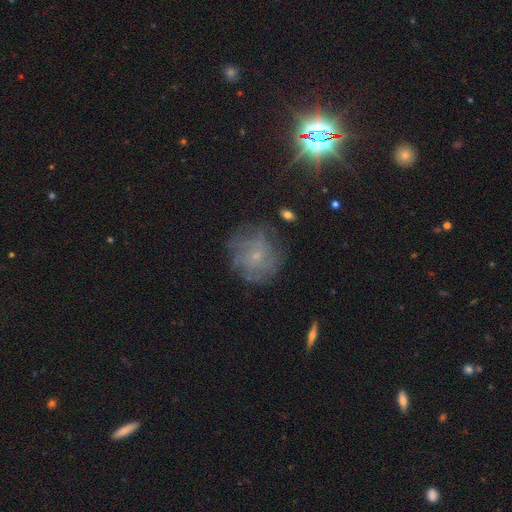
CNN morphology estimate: A featured or disk galaxy (51%).

Vote fractions:
- Smooth or featured? featured or disk: 51% / smooth: 29% / star or artifact: 20%
- Edge-on disk? no: 95% / yes: 5%
- Merging? none: 72% / minor disturbance: 17% / major disturbance: 10% / merger: 2%